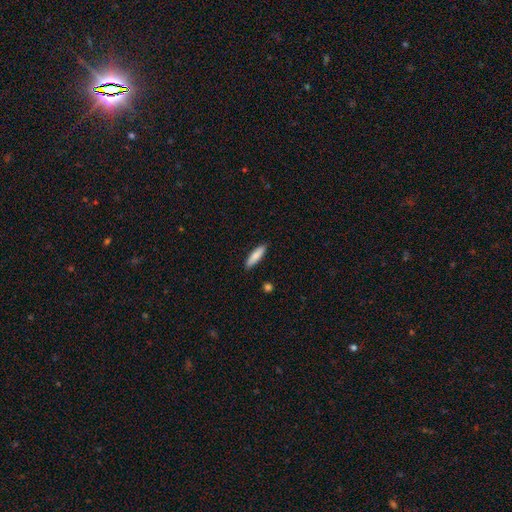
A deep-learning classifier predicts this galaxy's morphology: smooth_or_featured: smooth (p=0.85) [alt: featured or disk p=0.09]
how_rounded: cigar-shaped (p=0.67) [alt: in between p=0.32]
merging: none (p=0.89) [alt: minor disturbance p=0.08]